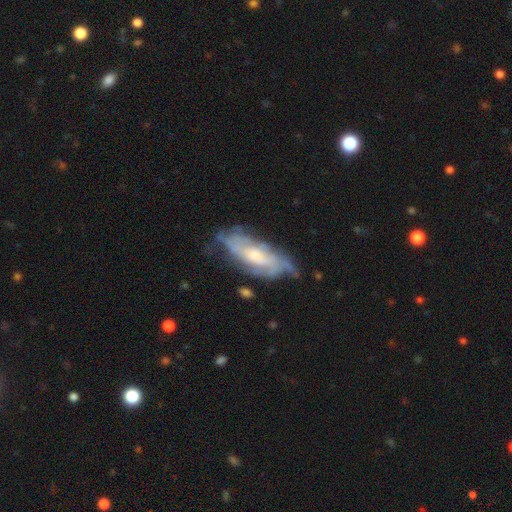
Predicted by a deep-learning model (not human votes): Overall: featured or disk (77%). Edge-on disk: no (86%). Bar: no (62%; weak 31%). Spiral arms: yes (88%). Spiral arm count: can't tell (48%; 2 21%). Spiral winding: tight (49%; medium 37%). Bulge size: moderate (47%; small 38%). Merging: none (60%; minor disturbance 25%).